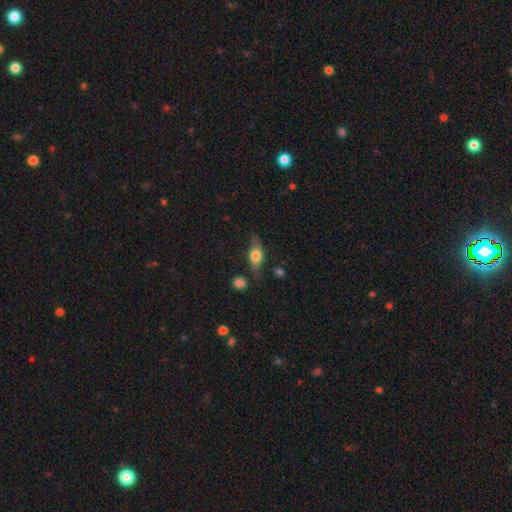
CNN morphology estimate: The model was most divided on "smooth or featured": smooth: 61%, featured or disk: 32%, star or artifact: 7%. More confident: merging — none (71%); how rounded — in between (68%).